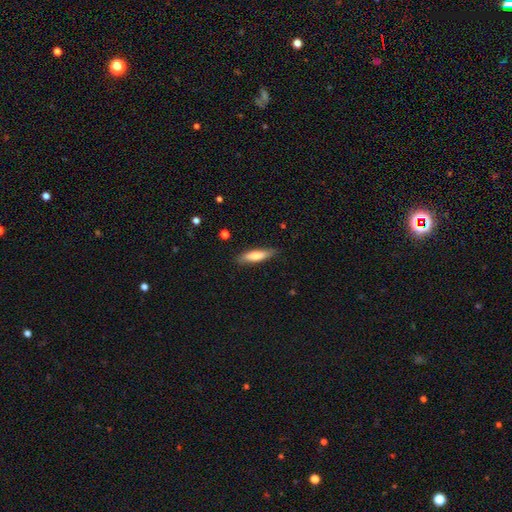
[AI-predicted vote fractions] The model was most divided on "how rounded": cigar-shaped: 67%, in between: 31%, round: 2%. More confident: merging — none (83%); smooth or featured — smooth (74%).